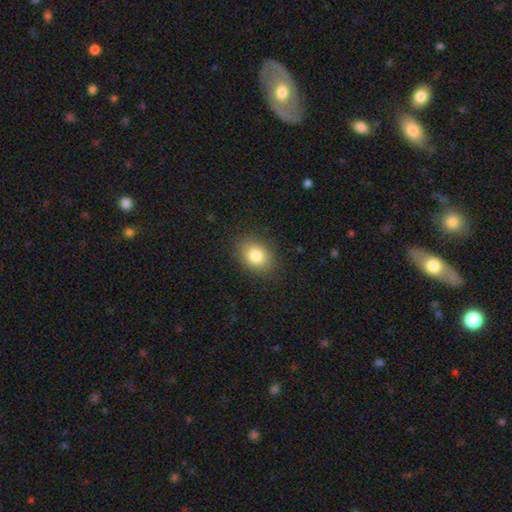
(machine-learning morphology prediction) A smooth galaxy with no disk features (82%) that is in between round and cigar-shaped (64%). Merging: none (86%).